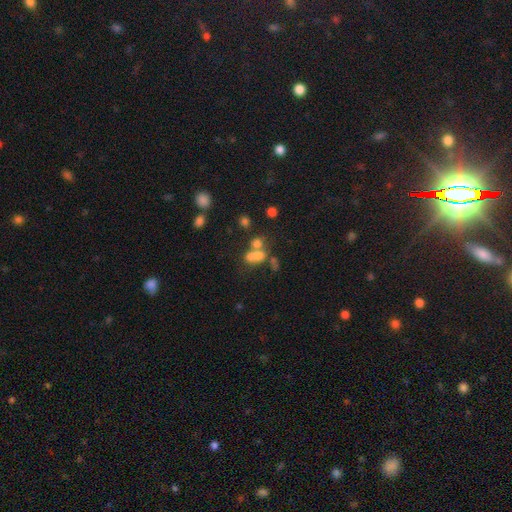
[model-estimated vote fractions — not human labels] Smooth or featured?
  - smooth: 60% *
  - featured or disk: 23%
  - star or artifact: 18%
How rounded?
  - in between: 53% *
  - round: 44%
  - cigar-shaped: 3%
Merging?
  - merger: 59% *
  - none: 25%
  - minor disturbance: 8%
  - major disturbance: 8%